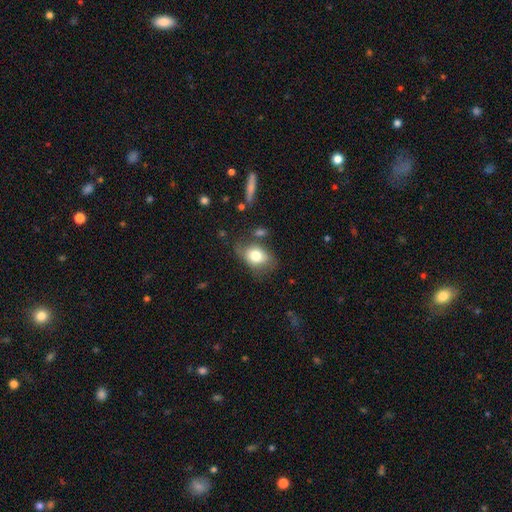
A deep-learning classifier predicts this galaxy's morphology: Overall: smooth (76%). How rounded: in between (73%). Merging: none (59%; minor disturbance 26%).